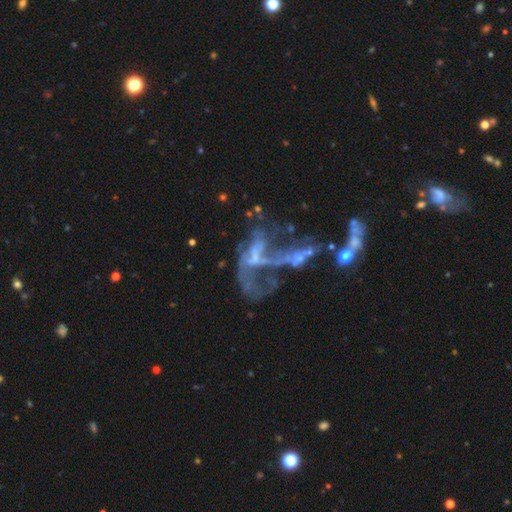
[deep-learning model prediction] This is likely a featured or disk galaxy (66%). It is clearly not viewed edge-on (95%). Bar: likely no (73%). Spiral arm pattern: likely no (72%). Central bulge: likely none (64%). Merging: marginally major disturbance (45%).